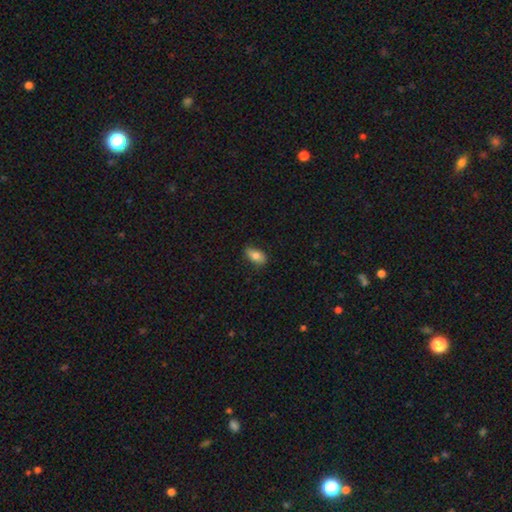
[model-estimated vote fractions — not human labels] Q: Smooth or featured?
A: smooth (77%); runner-up: featured or disk (16%)
Q: How rounded?
A: in between (88%); runner-up: round (7%)
Q: Merging?
A: none (76%); runner-up: minor disturbance (20%)